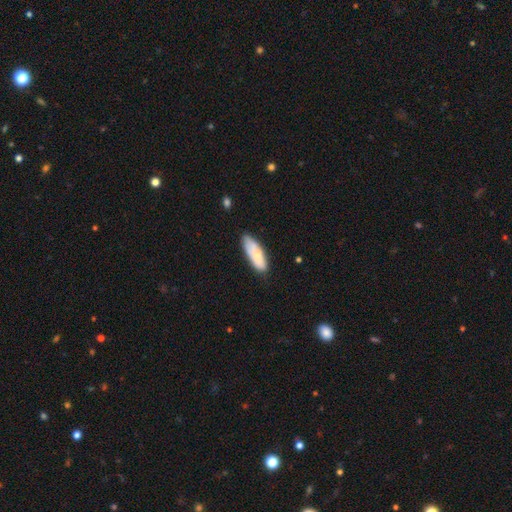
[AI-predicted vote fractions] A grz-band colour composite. It shows a smooth galaxy with no disk features (72%) that is in between round and cigar-shaped (62%). Merging: none (67%).